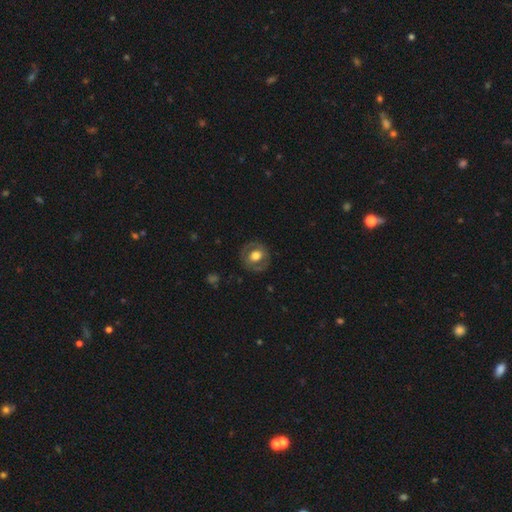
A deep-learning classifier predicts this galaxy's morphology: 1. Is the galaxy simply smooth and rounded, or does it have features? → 49% smooth, 44% featured or disk, 7% star or artifact.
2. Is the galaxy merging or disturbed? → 82% none, 12% minor disturbance, 5% major disturbance, 1% merger.